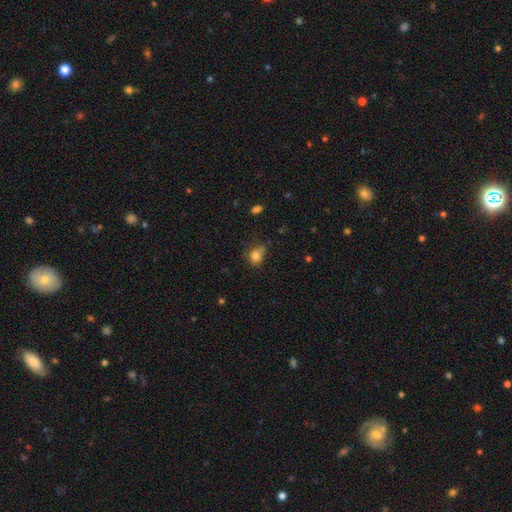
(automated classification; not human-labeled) Smooth or featured: smooth — 78% (star or artifact — 12%)
How rounded: round — 62% (in between — 36%)
Merging: none — 50% (minor disturbance — 32%)